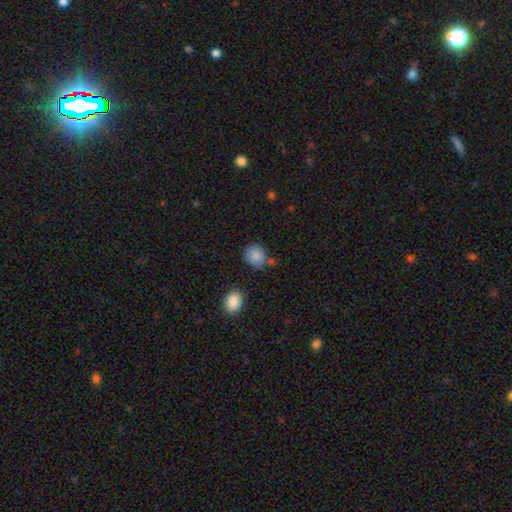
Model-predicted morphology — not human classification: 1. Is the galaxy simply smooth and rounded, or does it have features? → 87% smooth, 8% star or artifact, 5% featured or disk.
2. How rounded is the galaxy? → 73% round, 26% in between, 1% cigar-shaped.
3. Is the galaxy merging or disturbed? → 69% none, 19% minor disturbance, 8% merger, 4% major disturbance.